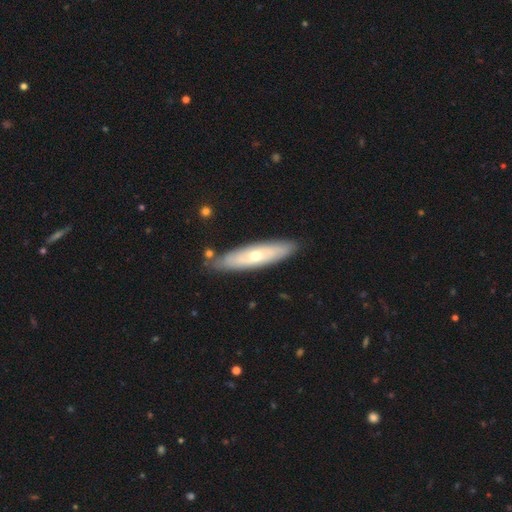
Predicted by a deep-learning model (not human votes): Q: Smooth or featured?
A: featured or disk (55%); runner-up: smooth (40%)
Q: Edge-on disk?
A: no (51%); runner-up: yes (49%)
Q: Merging?
A: none (82%); runner-up: minor disturbance (12%)